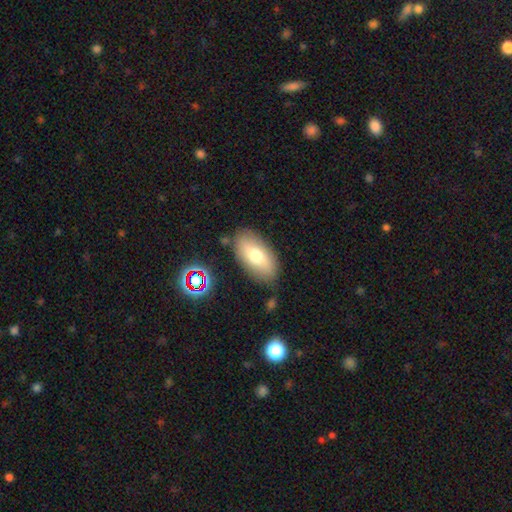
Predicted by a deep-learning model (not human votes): The model was most divided on "smooth or featured": smooth: 70%, featured or disk: 21%, star or artifact: 9%. More confident: how rounded — in between (92%); merging — none (80%).